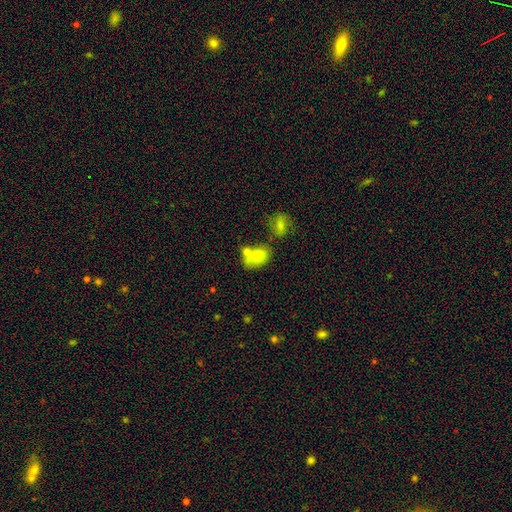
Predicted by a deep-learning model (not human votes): Smooth or featured? Predicted: smooth (p=0.78). How rounded? Predicted: in between (p=0.80). Merging? Predicted: merger (p=0.40).